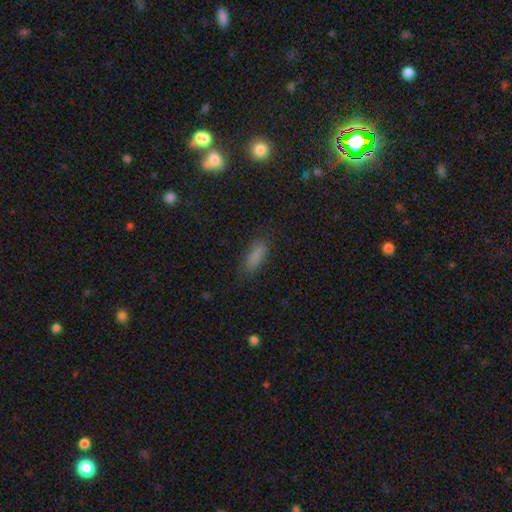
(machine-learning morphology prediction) Q: Smooth or featured?
A: smooth (82%); runner-up: star or artifact (12%)
Q: How rounded?
A: in between (63%); runner-up: cigar-shaped (34%)
Q: Merging?
A: none (79%); runner-up: minor disturbance (15%)